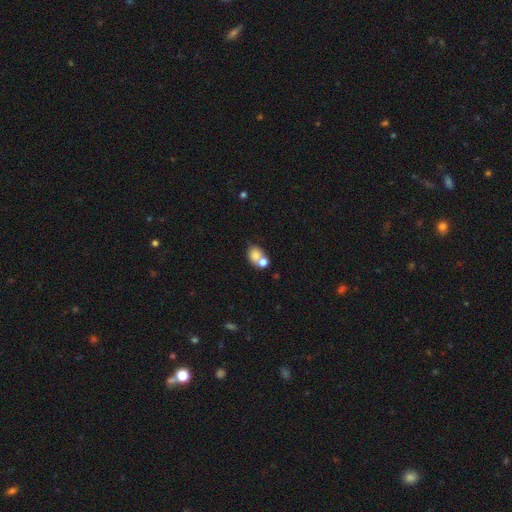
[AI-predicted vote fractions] smooth_or_featured: smooth (p=0.77) [alt: featured or disk p=0.13]
how_rounded: in between (p=0.56) [alt: round p=0.43]
merging: merger (p=0.52) [alt: none p=0.33]